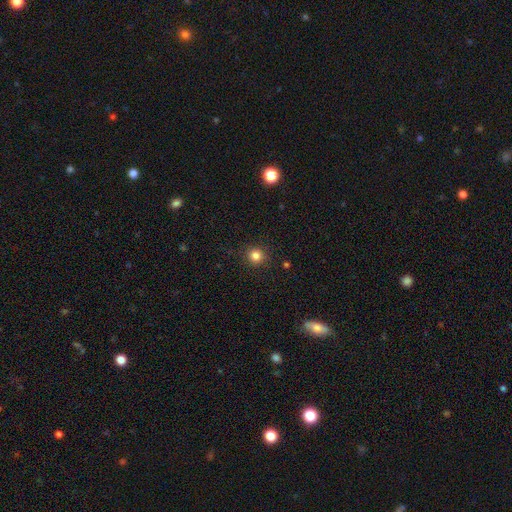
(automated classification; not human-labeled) Morphology: type=smooth (83%); roundness=round (93%); merging=none (91%).